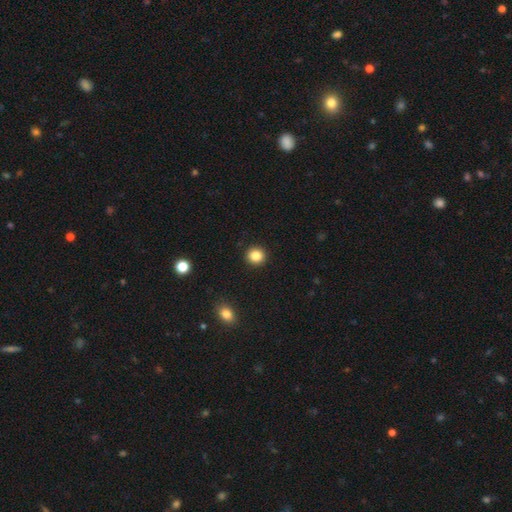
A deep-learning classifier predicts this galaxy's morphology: Smooth or featured? Predicted: smooth (p=0.86). How rounded? Predicted: round (p=0.91). Merging? Predicted: none (p=0.92).